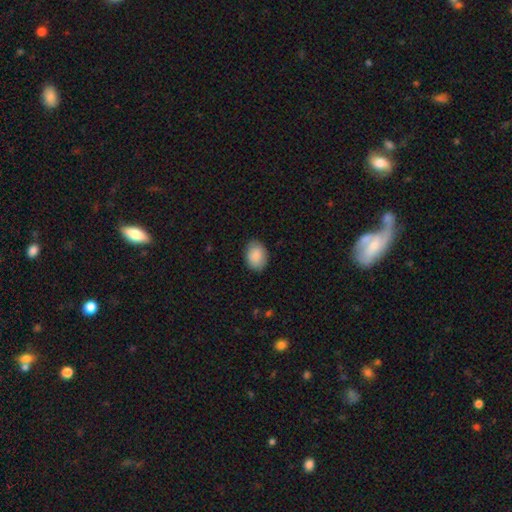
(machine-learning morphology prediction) A smooth galaxy with no disk features (88%) that is in between round and cigar-shaped (75%).

Vote fractions:
- Smooth or featured? smooth: 88% / star or artifact: 6% / featured or disk: 6%
- How rounded? in between: 75% / round: 24% / cigar-shaped: 1%
- Merging? none: 82% / minor disturbance: 14% / major disturbance: 3% / merger: 1%